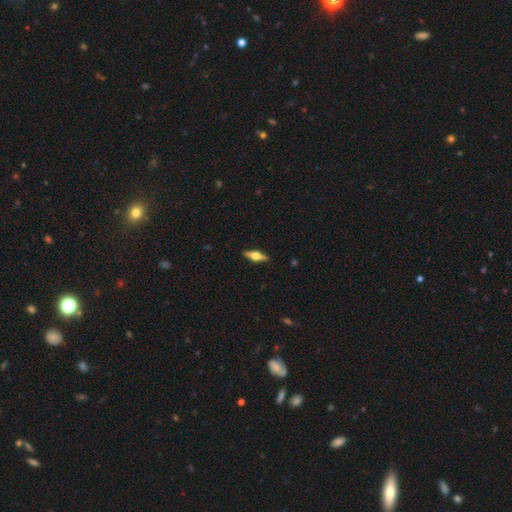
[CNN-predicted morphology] smooth_or_featured: featured or disk (p=0.64) [alt: smooth p=0.30]
disk_edge_on: yes (p=0.96) [alt: no p=0.04]
edge_on_bulge: rounded (p=0.94) [alt: boxy p=0.05]
merging: none (p=0.90) [alt: minor disturbance p=0.08]